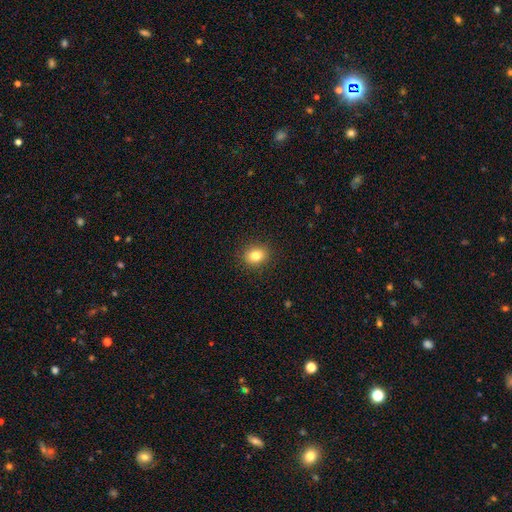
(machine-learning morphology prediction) smooth-or-featured: smooth: 82% | star or artifact: 11% | featured or disk: 7%
  how-rounded: round: 60% | in between: 39% | cigar-shaped: 1%
  merging: none: 90% | minor disturbance: 7% | major disturbance: 2% | merger: 1%